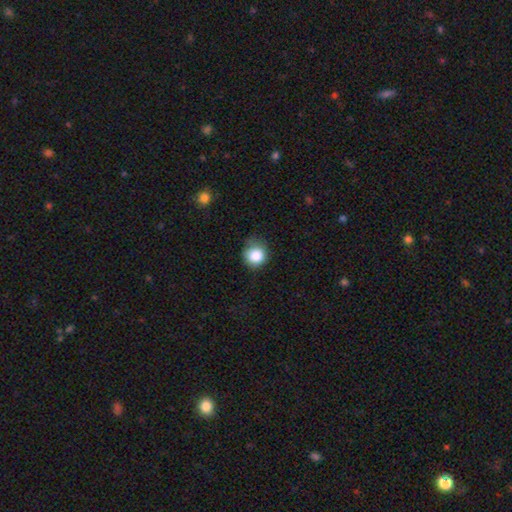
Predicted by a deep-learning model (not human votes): Smooth or featured? Predicted: smooth (p=0.86). How rounded? Predicted: round (p=0.88). Merging? Predicted: none (p=0.67).